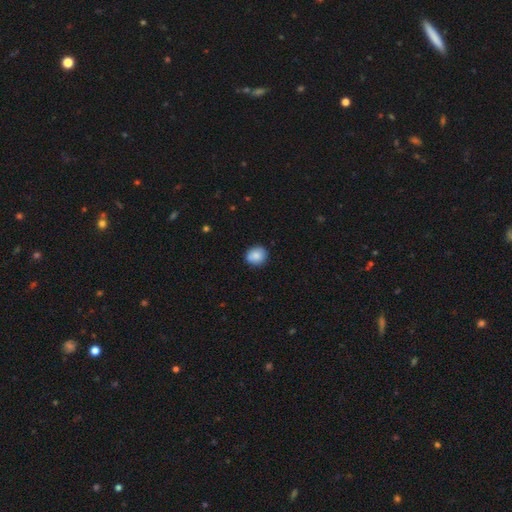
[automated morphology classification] smooth_or_featured: smooth (p=0.87) [alt: star or artifact p=0.08]
how_rounded: round (p=0.75) [alt: in between p=0.24]
merging: none (p=0.86) [alt: minor disturbance p=0.11]